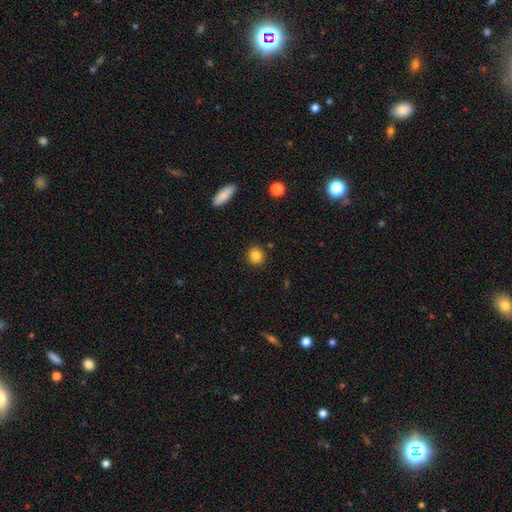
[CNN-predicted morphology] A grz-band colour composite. It shows a smooth galaxy with no disk features (83%) that is round (90%). Merging: none (90%).